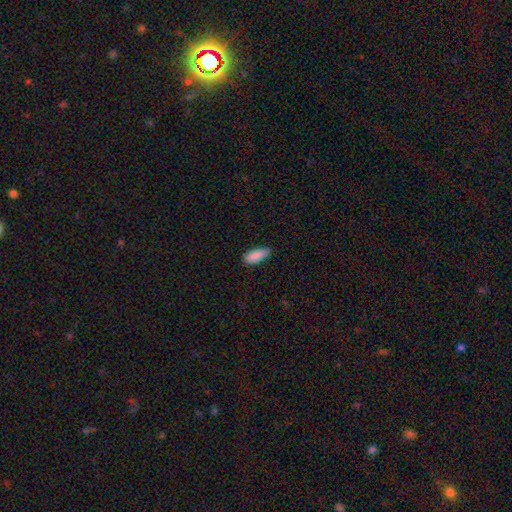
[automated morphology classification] Smooth or featured? Predicted: smooth (p=0.89). How rounded? Predicted: in between (p=0.78). Merging? Predicted: none (p=0.68).